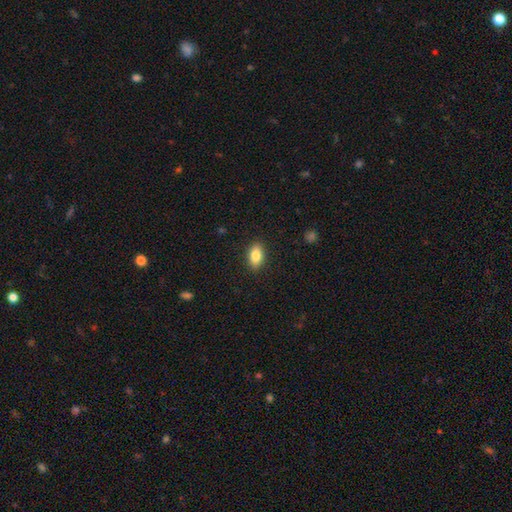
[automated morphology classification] smooth_or_featured: smooth (p=0.84) [alt: featured or disk p=0.09]
how_rounded: in between (p=0.88) [alt: round p=0.07]
merging: none (p=0.89) [alt: minor disturbance p=0.08]